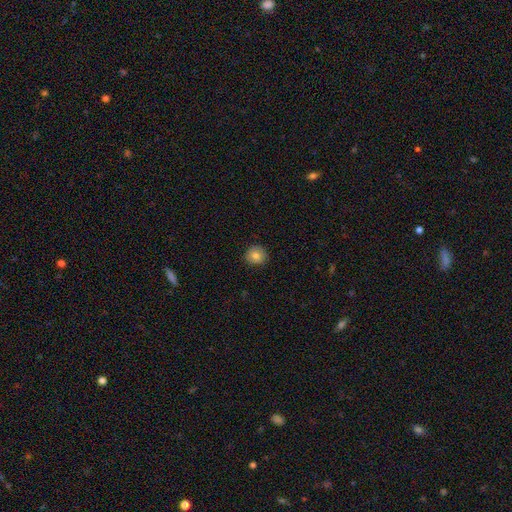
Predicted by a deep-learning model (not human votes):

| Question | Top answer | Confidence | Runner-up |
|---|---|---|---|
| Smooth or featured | smooth | 80% | featured or disk (11%) |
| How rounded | round | 90% | in between (9%) |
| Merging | none | 88% | minor disturbance (9%) |